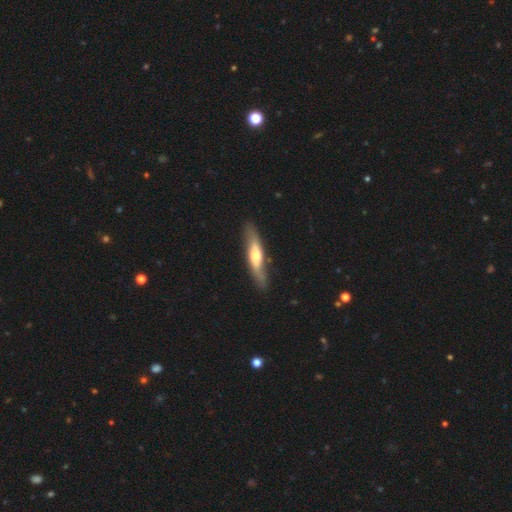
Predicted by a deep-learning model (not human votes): Q: Smooth or featured?
A: featured or disk (52%); runner-up: smooth (43%)
Q: Edge-on disk?
A: yes (72%); runner-up: no (28%)
Q: Merging?
A: none (80%); runner-up: minor disturbance (15%)